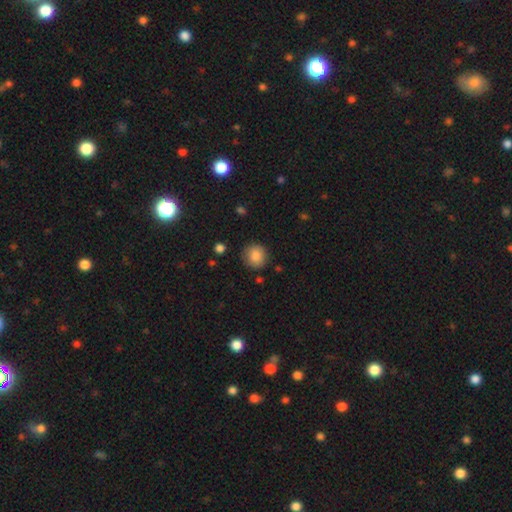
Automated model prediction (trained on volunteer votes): Morphology: type=smooth (86%); roundness=round (91%); merging=none (85%).